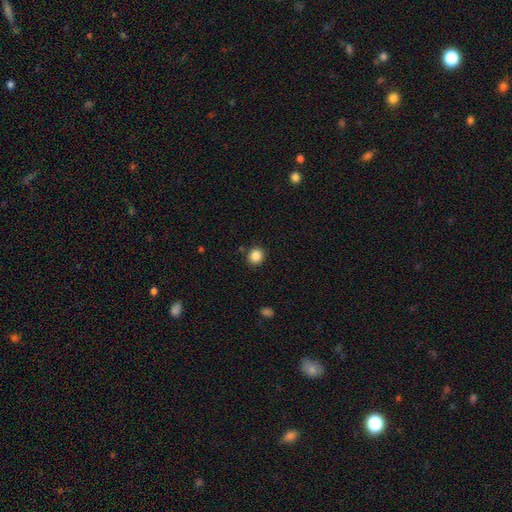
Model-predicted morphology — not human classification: Smooth or featured? Predicted: smooth (p=0.86). How rounded? Predicted: round (p=0.83). Merging? Predicted: none (p=0.88).